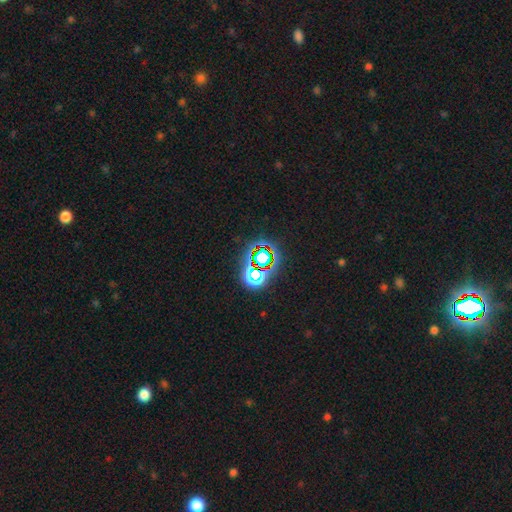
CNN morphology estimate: This is likely a star or artifact rather than a galaxy (76%).